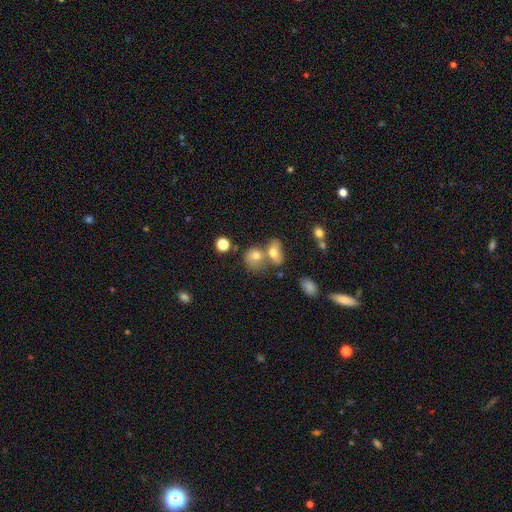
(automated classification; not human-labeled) Smooth or featured? Predicted: smooth (p=0.73). How rounded? Predicted: round (p=0.54). Merging? Predicted: merger (p=0.53).